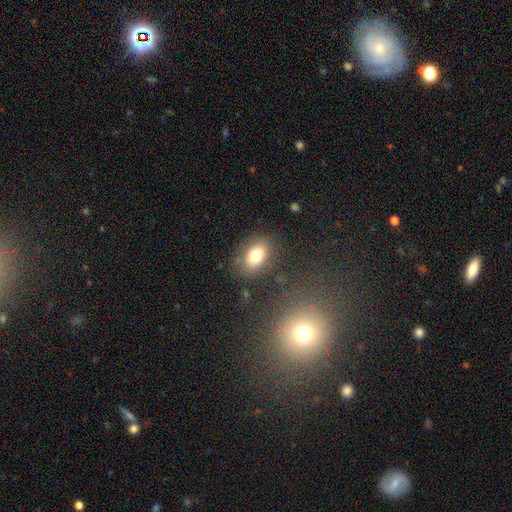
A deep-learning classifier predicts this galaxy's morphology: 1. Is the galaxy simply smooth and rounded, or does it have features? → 77% smooth, 13% featured or disk, 10% star or artifact.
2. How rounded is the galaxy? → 79% in between, 20% round, 1% cigar-shaped.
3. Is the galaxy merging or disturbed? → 79% none, 13% minor disturbance, 5% major disturbance, 4% merger.